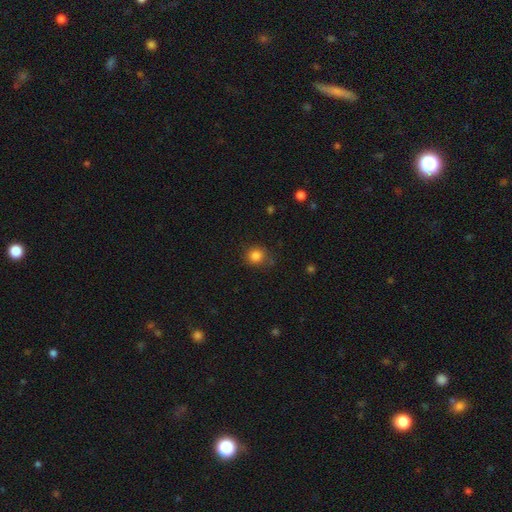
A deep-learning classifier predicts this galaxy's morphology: A smooth galaxy with no disk features (84%) that is round (85%). Merging: none (80%).